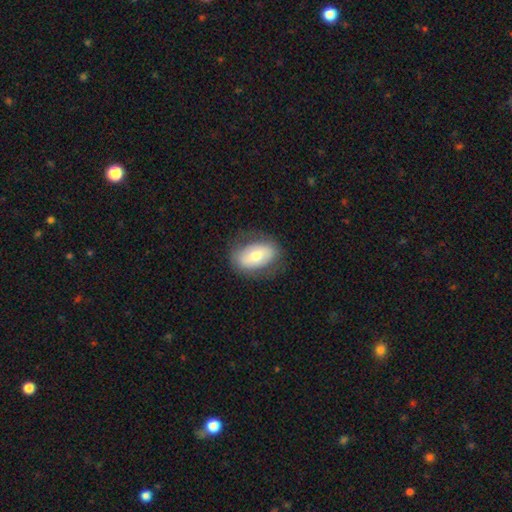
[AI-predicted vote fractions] Smooth or featured? smooth (63%)
How rounded? in between (87%)
Merging? none (76%)